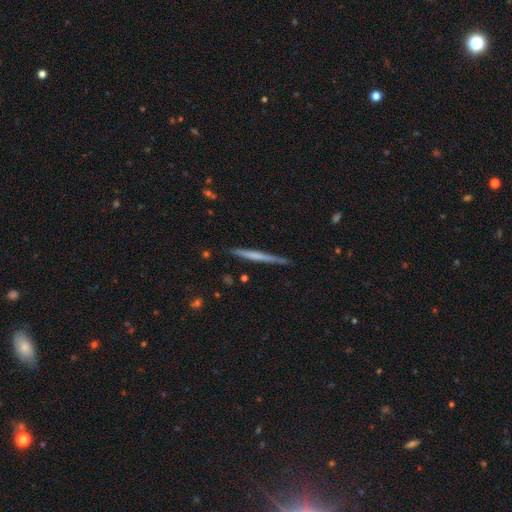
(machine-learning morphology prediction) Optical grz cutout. It shows a featured or disk galaxy (52%) viewed edge-on (97%) with no central bulge (79%). Merging: none (88%).